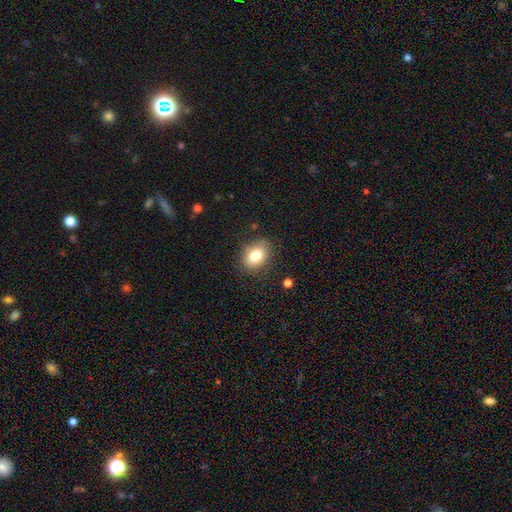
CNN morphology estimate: A smooth galaxy with no disk features (80%) that is in between round and cigar-shaped (68%). Merging: none (81%).